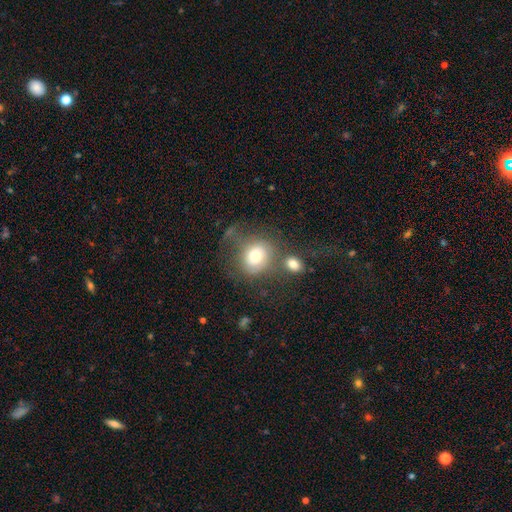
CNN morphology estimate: Smooth or featured: smooth — 67% (featured or disk — 24%)
How rounded: round — 72% (in between — 27%)
Merging: none — 44% (merger — 20%)